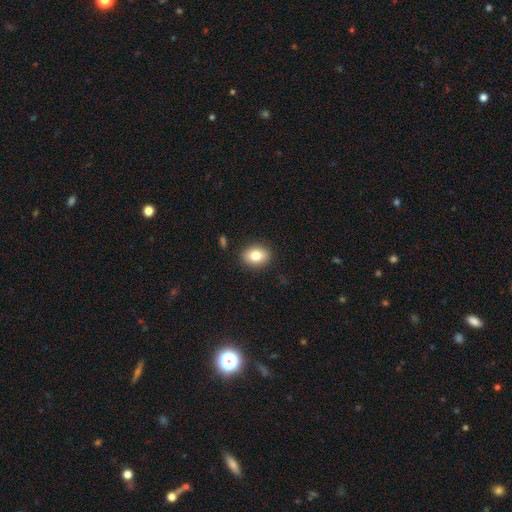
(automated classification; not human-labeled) Morphology: type=smooth (80%); roundness=in between (58%); merging=none (89%).